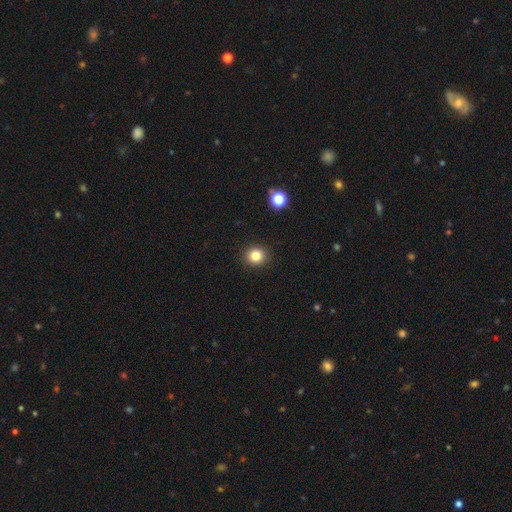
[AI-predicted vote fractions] smooth 82%, star or artifact 12%, featured or disk 6%. Down the decision tree: how rounded — round (88%); merging — none (92%).